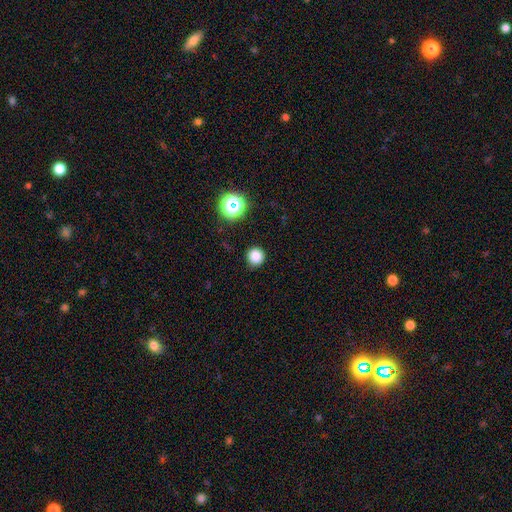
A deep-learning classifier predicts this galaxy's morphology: A smooth galaxy with no disk features (82%) that is round (94%). Merging: none (90%).